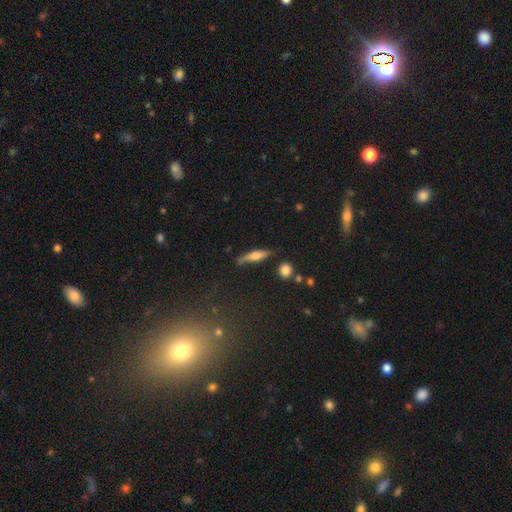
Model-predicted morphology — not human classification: This is possibly a smooth galaxy (56%). How rounded: likely cigar-shaped (75%). Merging: likely none (72%).